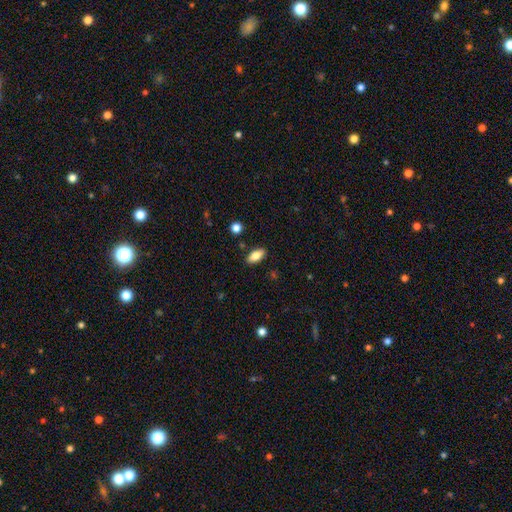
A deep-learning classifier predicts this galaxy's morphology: type=smooth (81%); roundness=in between (87%); merging=none (88%).